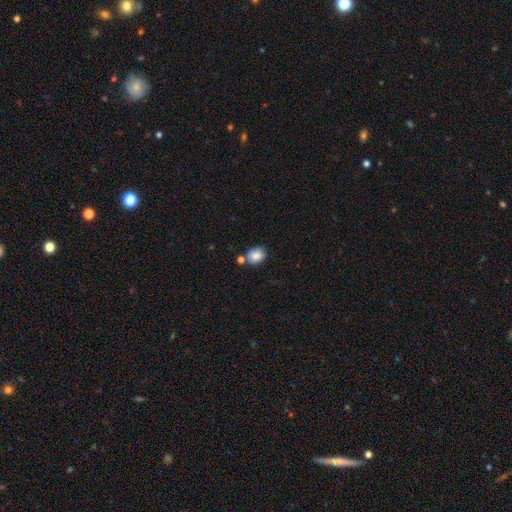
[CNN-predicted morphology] type=smooth (84%); roundness=round (51%); merging=none (68%).